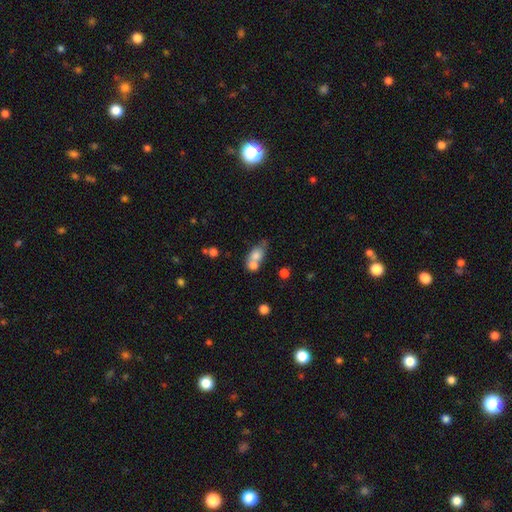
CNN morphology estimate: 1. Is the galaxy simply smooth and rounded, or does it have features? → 73% smooth, 16% featured or disk, 10% star or artifact.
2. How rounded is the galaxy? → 62% in between, 33% round, 5% cigar-shaped.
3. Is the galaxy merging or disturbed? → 53% merger, 30% none, 11% minor disturbance, 6% major disturbance.